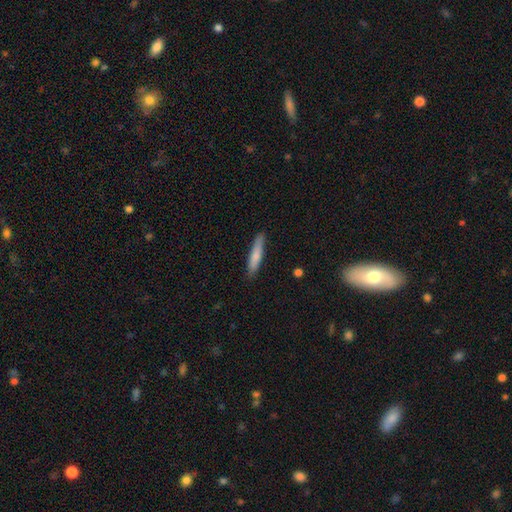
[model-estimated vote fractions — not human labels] Smooth or featured? Predicted: smooth (p=0.77). How rounded? Predicted: cigar-shaped (p=0.89). Merging? Predicted: none (p=0.86).